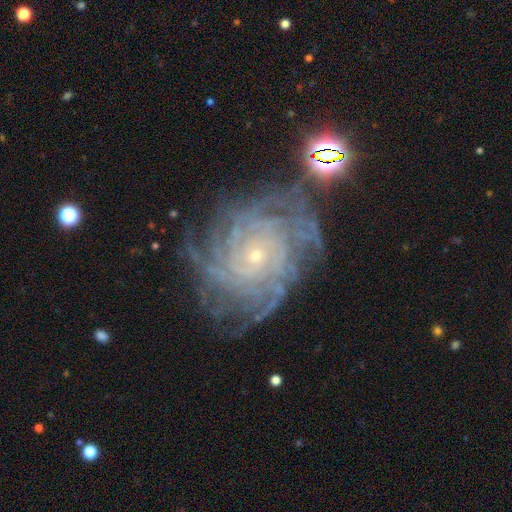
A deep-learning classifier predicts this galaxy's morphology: This appears to be a featured or disk galaxy (87%) with no bar (76%), more than 4 (33%) tight (79%) spiral arms (98%) and a small central bulge (85%). Merging: none (73%).